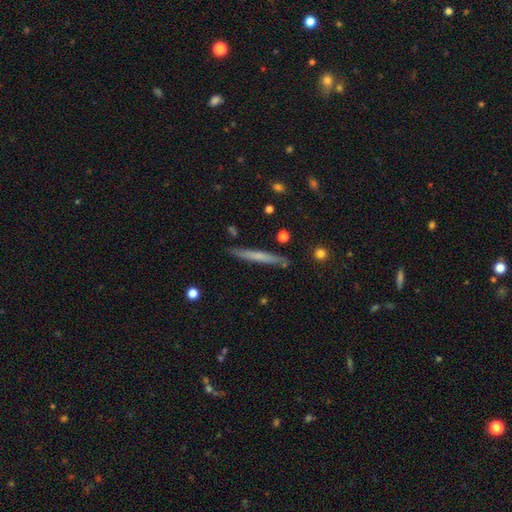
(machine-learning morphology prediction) Q: Smooth or featured?
A: smooth (50%); runner-up: featured or disk (43%)
Q: Merging?
A: none (88%); runner-up: minor disturbance (9%)